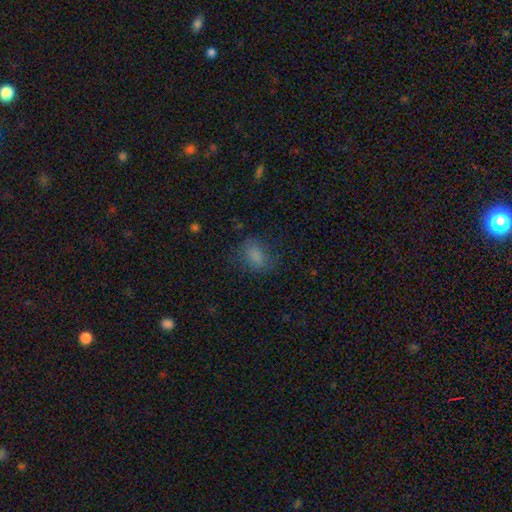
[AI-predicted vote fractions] Smooth or featured?
  - smooth: 78% *
  - star or artifact: 13%
  - featured or disk: 10%
How rounded?
  - in between: 75% *
  - round: 23%
  - cigar-shaped: 2%
Merging?
  - none: 67% *
  - minor disturbance: 20%
  - major disturbance: 11%
  - merger: 2%